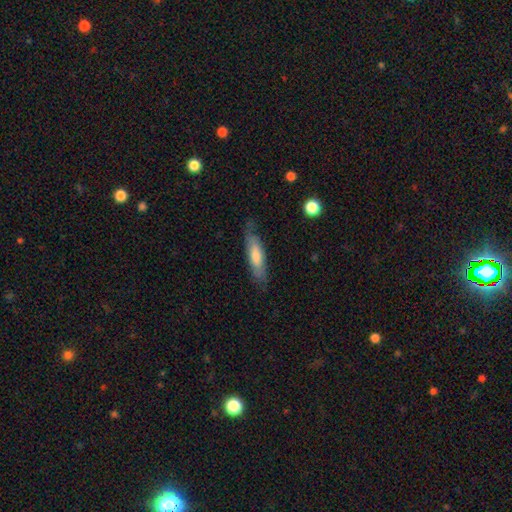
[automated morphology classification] This appears to be a smooth galaxy with no disk features (54%) that is cigar-shaped (72%). Merging: none (78%).